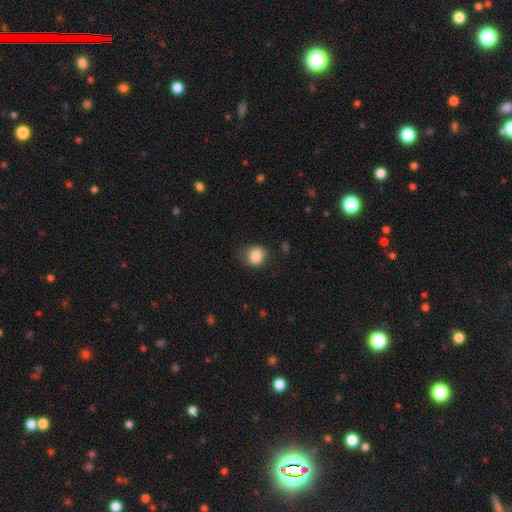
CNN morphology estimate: Smooth or featured: smooth — 85% (star or artifact — 10%)
How rounded: round — 74% (in between — 25%)
Merging: none — 67% (minor disturbance — 24%)